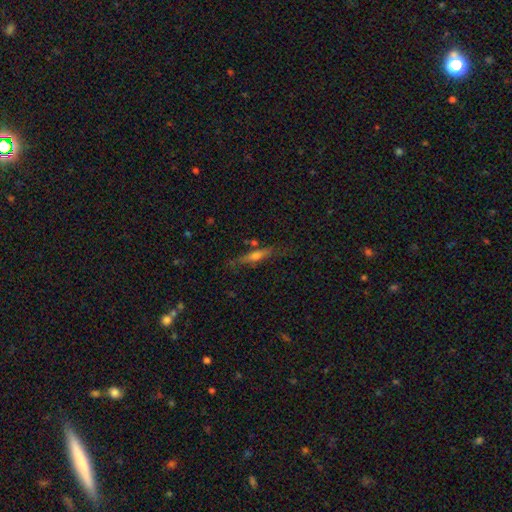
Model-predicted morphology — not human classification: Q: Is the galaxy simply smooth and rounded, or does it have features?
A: featured or disk — 50%.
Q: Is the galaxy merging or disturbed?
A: none — 72%.